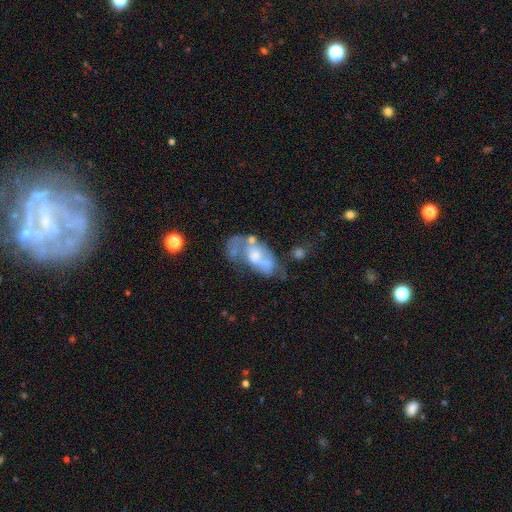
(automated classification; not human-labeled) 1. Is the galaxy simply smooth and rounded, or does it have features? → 62% featured or disk, 28% smooth, 10% star or artifact.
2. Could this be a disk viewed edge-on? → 95% no, 5% yes.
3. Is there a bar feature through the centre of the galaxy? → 75% no, 20% weak, 5% strong.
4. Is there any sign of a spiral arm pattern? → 58% no, 42% yes.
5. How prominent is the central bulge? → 44% moderate, 25% small, 17% none, 11% large, 2% dominant.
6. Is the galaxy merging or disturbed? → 31% major disturbance, 27% none, 23% merger, 20% minor disturbance.